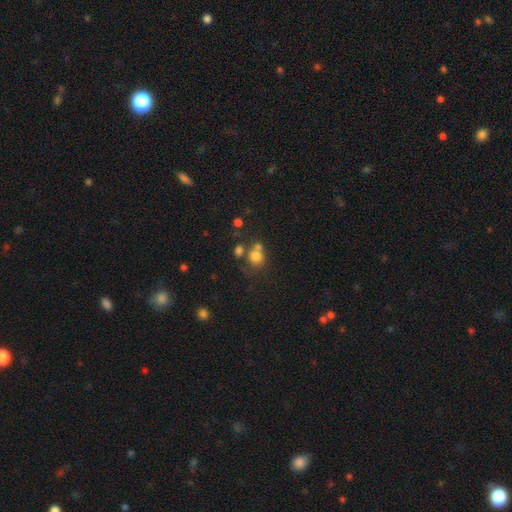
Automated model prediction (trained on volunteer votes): A smooth galaxy with no disk features (76%) that is round (74%). Merging: none (45%).